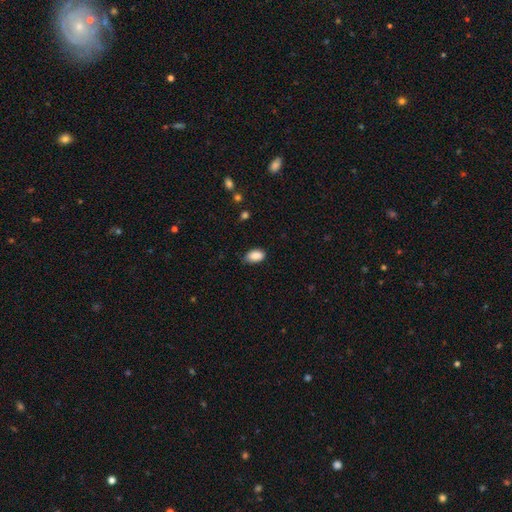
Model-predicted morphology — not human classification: Smooth or featured? smooth (88%)
How rounded? in between (92%)
Merging? none (70%)